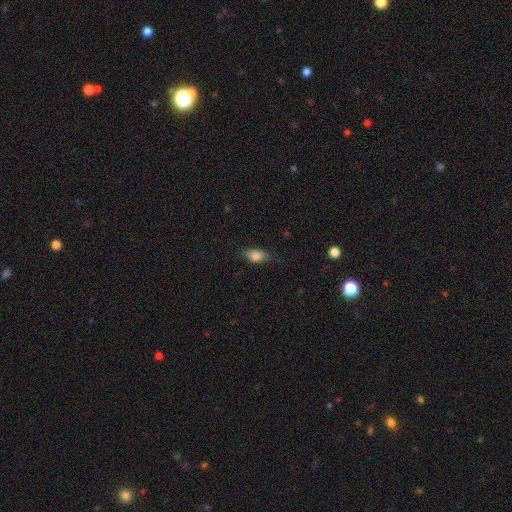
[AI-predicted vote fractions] smooth_or_featured: smooth (p=0.83) [alt: featured or disk p=0.09]
how_rounded: in between (p=0.87) [alt: cigar-shaped p=0.07]
merging: none (p=0.79) [alt: minor disturbance p=0.16]